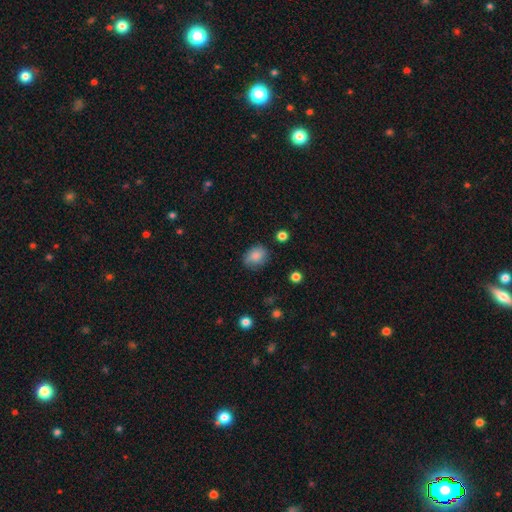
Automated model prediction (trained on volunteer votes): Q: Smooth or featured?
A: smooth (84%); runner-up: star or artifact (9%)
Q: How rounded?
A: in between (55%); runner-up: round (44%)
Q: Merging?
A: none (69%); runner-up: minor disturbance (24%)